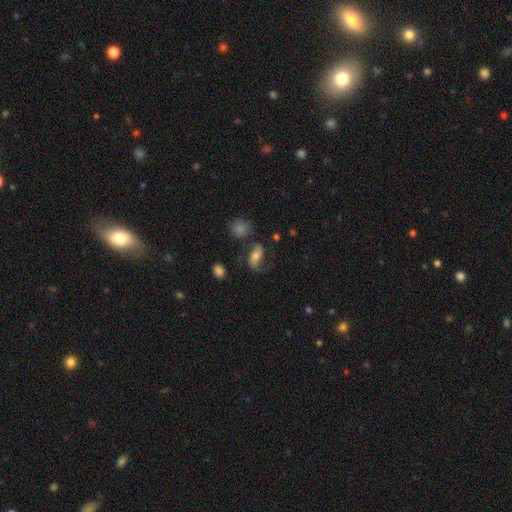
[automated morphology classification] Smooth or featured? Predicted: featured or disk (p=0.58). Edge-on disk? Predicted: no (p=0.95). Bar? Predicted: no (p=0.52). Spiral arms? Predicted: yes (p=0.88). Bulge size? Predicted: moderate (p=0.57). Merging? Predicted: none (p=0.56).